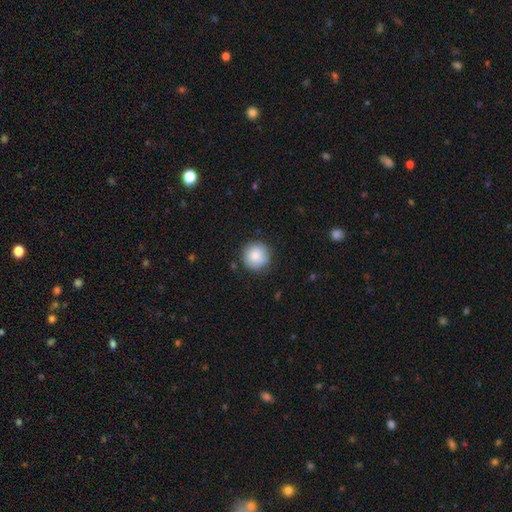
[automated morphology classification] Smooth or featured? smooth (85%)
How rounded? round (95%)
Merging? none (87%)